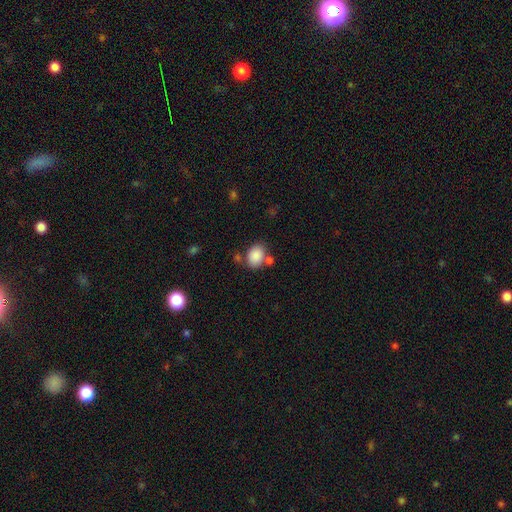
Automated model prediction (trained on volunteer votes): Smooth or featured?
  - smooth: 86% *
  - star or artifact: 8%
  - featured or disk: 6%
How rounded?
  - in between: 68% *
  - round: 31%
  - cigar-shaped: 1%
Merging?
  - none: 65% *
  - merger: 15%
  - minor disturbance: 15%
  - major disturbance: 5%